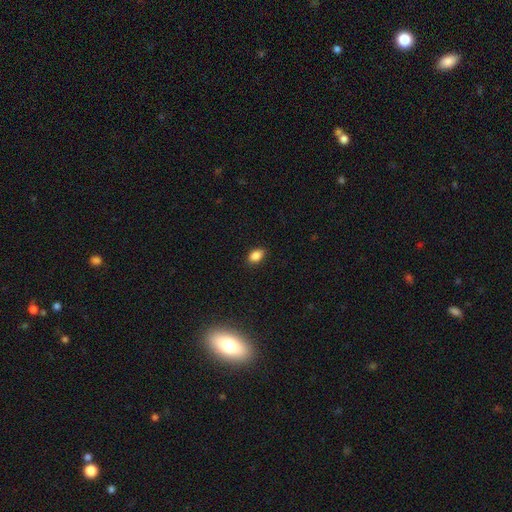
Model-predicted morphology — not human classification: smooth_or_featured: smooth (p=0.86) [alt: star or artifact p=0.09]
how_rounded: in between (p=0.84) [alt: round p=0.14]
merging: none (p=0.86) [alt: minor disturbance p=0.11]